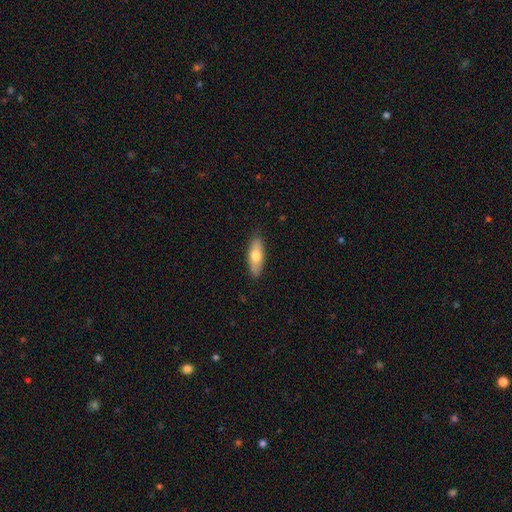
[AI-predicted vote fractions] Smooth or featured? smooth (69%)
How rounded? in between (67%)
Merging? none (86%)